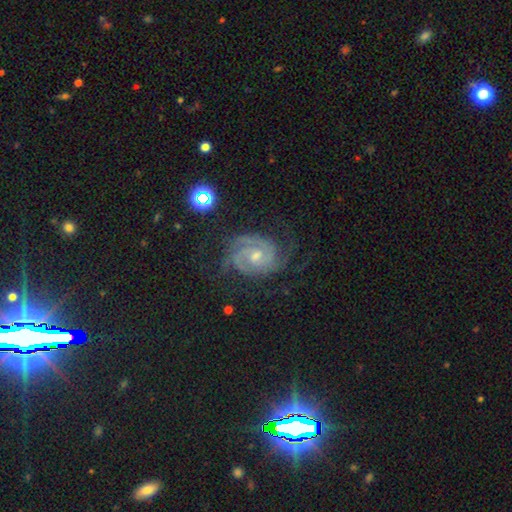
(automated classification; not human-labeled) smooth-or-featured: featured or disk: 88% | star or artifact: 6% | smooth: 6%
  disk-edge-on: no: 98% | yes: 2%
    bar: no: 55% | weak: 38% | strong: 8%
    has-spiral-arms: yes: 97% | no: 3%
      spiral-winding: tight: 63% | medium: 31% | loose: 6%
      spiral-arm-count: 2: 43% | 3: 24% | can't tell: 17% | 4: 7% | 1: 5% | more than 4: 5%
    bulge-size: moderate: 48% | small: 47% | none: 2% | large: 2% | dominant: 1%
  merging: none: 67% | minor disturbance: 20% | major disturbance: 11% | merger: 2%